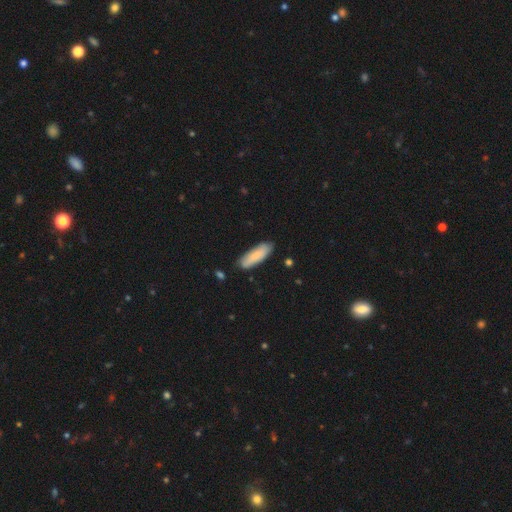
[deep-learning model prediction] The model was most divided on "how rounded": in between: 55%, cigar-shaped: 44%, round: 1%. More confident: merging — none (83%); smooth or featured — smooth (79%).